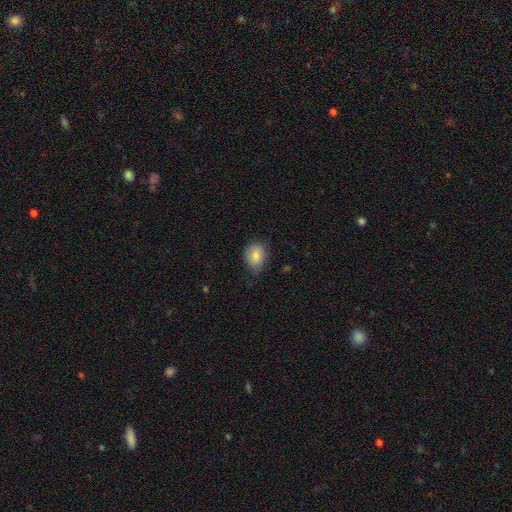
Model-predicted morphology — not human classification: This appears to be a smooth galaxy with no disk features (83%) that is in between round and cigar-shaped (65%). Merging: none (69%).